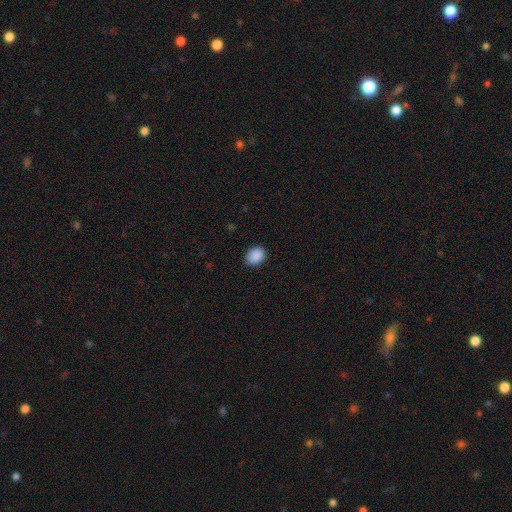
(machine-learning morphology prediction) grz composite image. It shows a smooth galaxy with no disk features (90%) that is in between round and cigar-shaped (53%). Merging: none (87%).